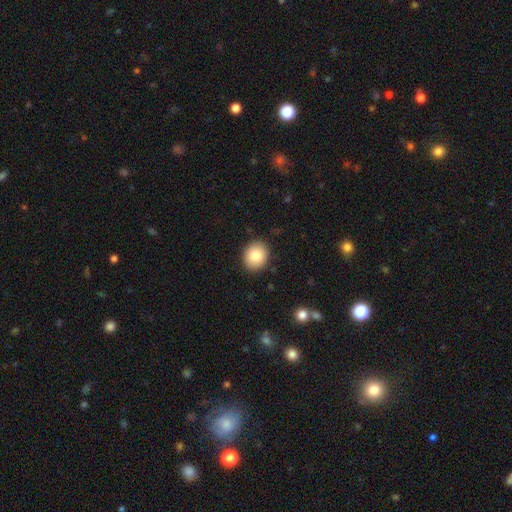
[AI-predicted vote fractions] Smooth or featured? Predicted: smooth (p=0.84). How rounded? Predicted: round (p=0.66). Merging? Predicted: none (p=0.89).